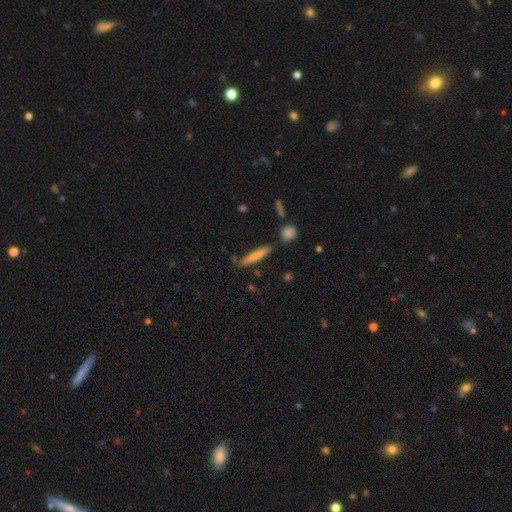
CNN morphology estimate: Q: Smooth or featured?
A: smooth (74%); runner-up: featured or disk (20%)
Q: How rounded?
A: cigar-shaped (90%); runner-up: in between (8%)
Q: Merging?
A: none (76%); runner-up: minor disturbance (15%)